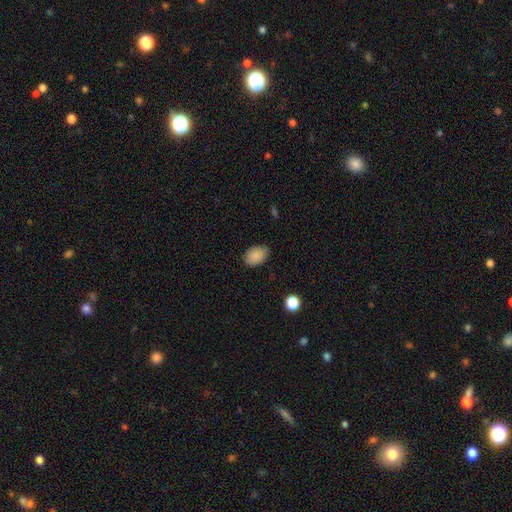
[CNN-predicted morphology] A smooth galaxy with no disk features (88%) that is in between round and cigar-shaped (84%).

Vote fractions:
- Smooth or featured? smooth: 88% / star or artifact: 8% / featured or disk: 3%
- How rounded? in between: 84% / round: 15% / cigar-shaped: 1%
- Merging? none: 82% / minor disturbance: 14% / major disturbance: 3% / merger: 1%